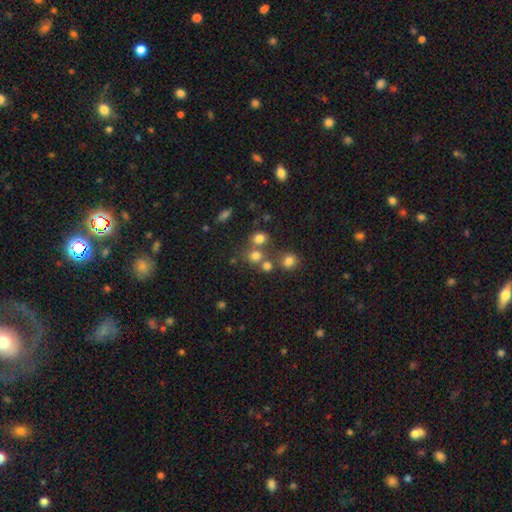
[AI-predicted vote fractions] A smooth galaxy with no disk features (71%) that is round (82%).

Vote fractions:
- Smooth or featured? smooth: 71% / star or artifact: 19% / featured or disk: 10%
- How rounded? round: 82% / in between: 17% / cigar-shaped: 1%
- Merging? none: 57% / merger: 30% / minor disturbance: 9% / major disturbance: 5%